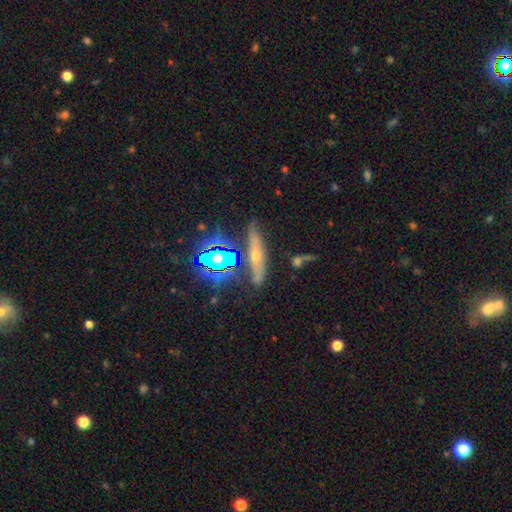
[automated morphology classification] A featured or disk galaxy (47%). Merging: none (75%).